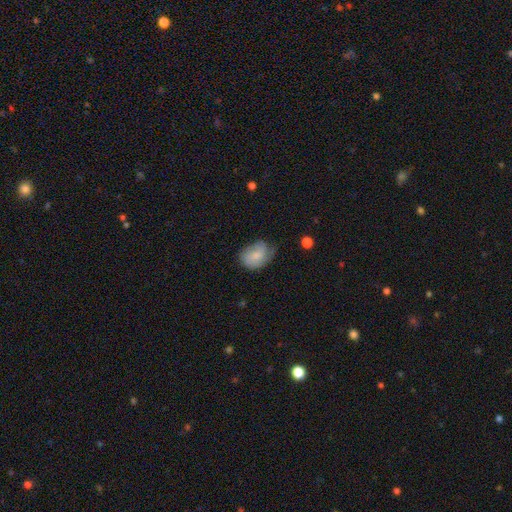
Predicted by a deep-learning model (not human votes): The model was most divided on "merging": none: 49%, minor disturbance: 37%, major disturbance: 12%, merger: 2%. More confident: how rounded — in between (72%); smooth or featured — smooth (69%).